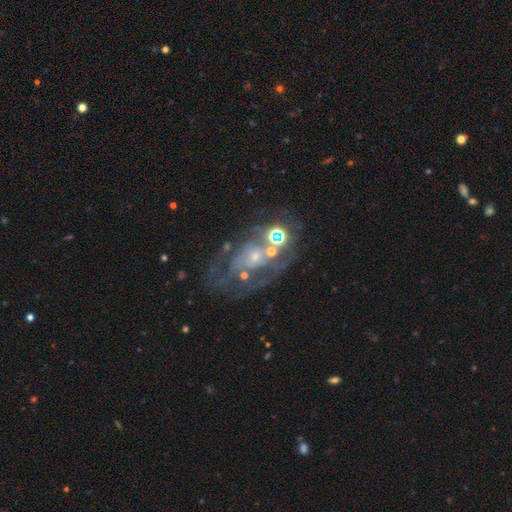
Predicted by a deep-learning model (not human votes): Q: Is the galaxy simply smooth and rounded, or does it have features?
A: featured or disk — 71%.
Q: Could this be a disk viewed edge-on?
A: no — 96%.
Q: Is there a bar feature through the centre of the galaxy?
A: no — 76%.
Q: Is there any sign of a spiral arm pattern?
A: yes — 68%.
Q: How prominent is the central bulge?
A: small — 65%.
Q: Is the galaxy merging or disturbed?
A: none — 45%.